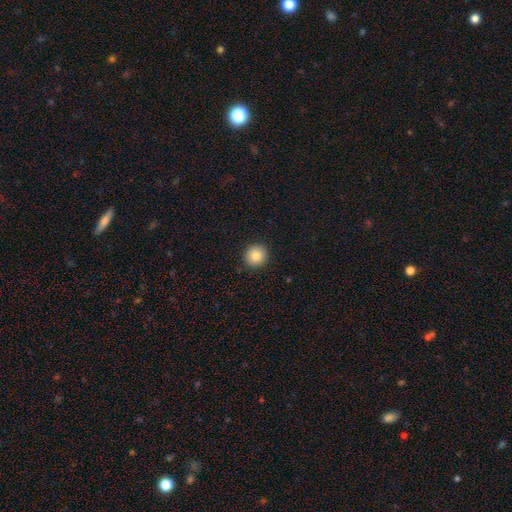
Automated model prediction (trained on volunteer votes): Q: Smooth or featured?
A: smooth (85%); runner-up: star or artifact (9%)
Q: How rounded?
A: round (92%); runner-up: in between (7%)
Q: Merging?
A: none (92%); runner-up: minor disturbance (5%)